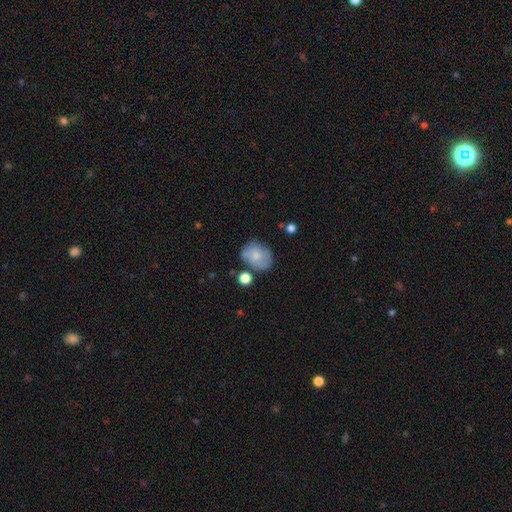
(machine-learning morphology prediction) The model was most divided on "how rounded": in between: 50%, round: 49%, cigar-shaped: 1%. More confident: smooth or featured — smooth (62%); merging — none (56%).